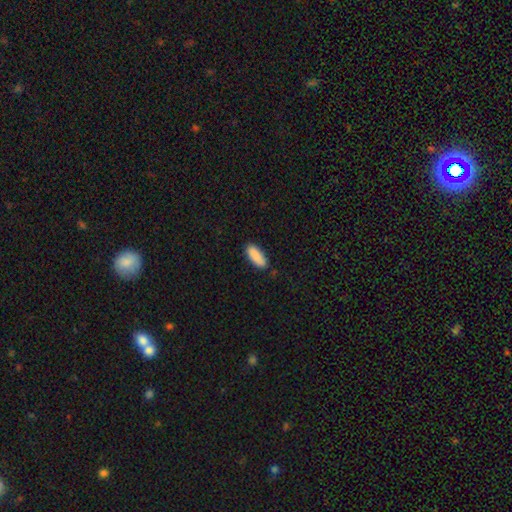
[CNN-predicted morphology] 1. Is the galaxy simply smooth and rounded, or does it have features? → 90% smooth, 6% star or artifact, 4% featured or disk.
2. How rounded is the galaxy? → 79% in between, 19% cigar-shaped, 2% round.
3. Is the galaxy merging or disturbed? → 85% none, 12% minor disturbance, 2% major disturbance, 1% merger.